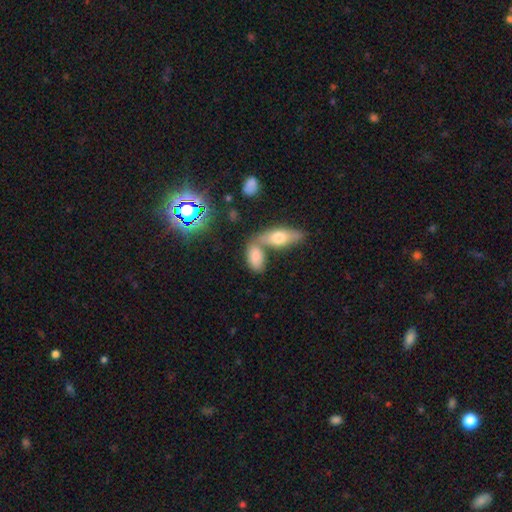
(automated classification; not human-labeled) Smooth or featured? Predicted: smooth (p=0.67). How rounded? Predicted: in between (p=0.84). Merging? Predicted: none (p=0.45).